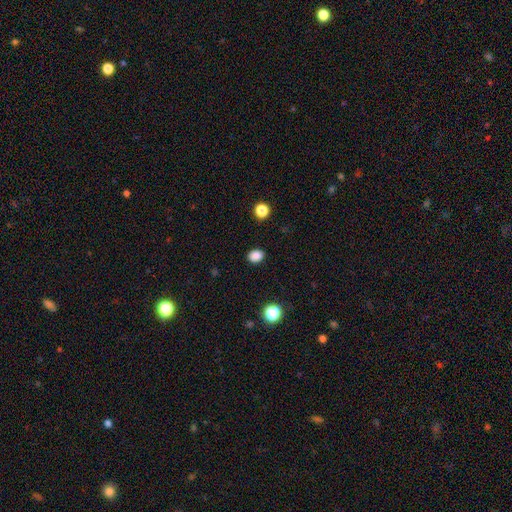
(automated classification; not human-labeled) This is clearly a smooth galaxy (86%). How rounded: possibly in between (58%). Merging: clearly none (88%).